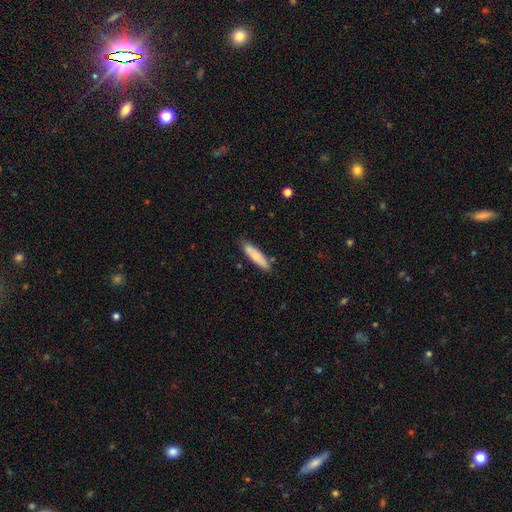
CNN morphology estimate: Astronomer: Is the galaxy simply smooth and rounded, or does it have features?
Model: smooth — 78%.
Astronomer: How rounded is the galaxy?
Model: cigar-shaped — 75%.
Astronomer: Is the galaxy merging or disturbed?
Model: none — 80%.